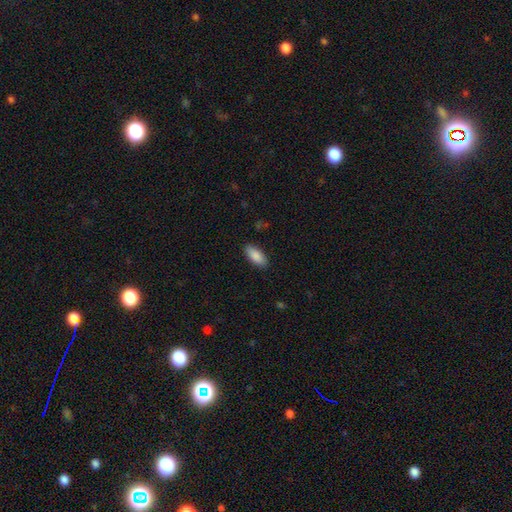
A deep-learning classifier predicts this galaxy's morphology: Smooth or featured? Predicted: smooth (p=0.89). How rounded? Predicted: in between (p=0.86). Merging? Predicted: none (p=0.88).